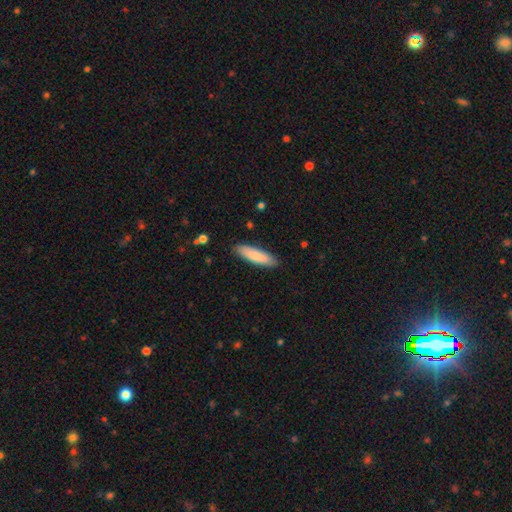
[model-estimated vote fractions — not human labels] Smooth or featured: smooth — 85% (featured or disk — 10%)
How rounded: cigar-shaped — 65% (in between — 34%)
Merging: none — 89% (minor disturbance — 9%)